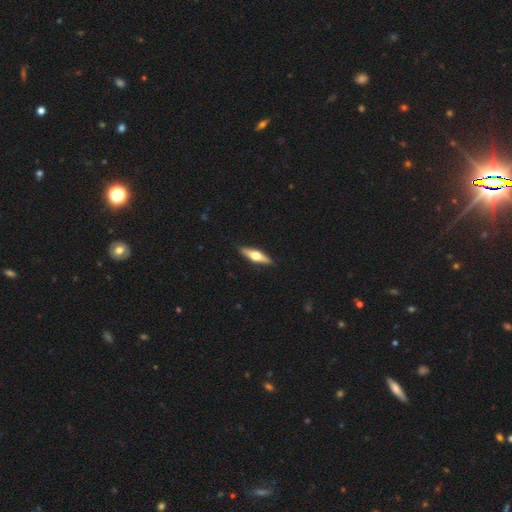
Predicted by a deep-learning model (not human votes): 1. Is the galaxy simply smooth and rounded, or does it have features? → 61% featured or disk, 34% smooth, 5% star or artifact.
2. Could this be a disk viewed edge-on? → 95% yes, 5% no.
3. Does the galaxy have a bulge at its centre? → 95% rounded, 3% boxy, 2% none.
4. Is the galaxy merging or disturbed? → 90% none, 7% minor disturbance, 1% major disturbance, 1% merger.